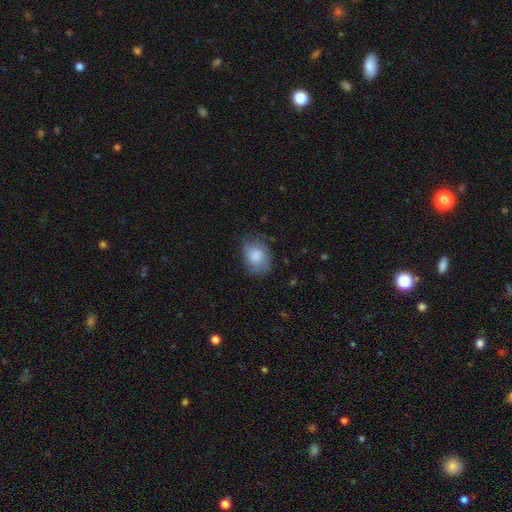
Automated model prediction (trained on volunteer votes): smooth_or_featured: smooth (p=0.74) [alt: featured or disk p=0.19]
how_rounded: in between (p=0.66) [alt: round p=0.33]
merging: none (p=0.59) [alt: minor disturbance p=0.29]